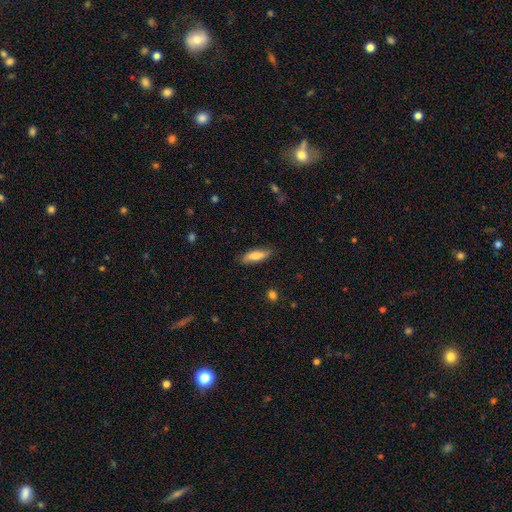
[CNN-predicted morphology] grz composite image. It shows a smooth galaxy with no disk features (76%) that is cigar-shaped (56%). Merging: none (83%).